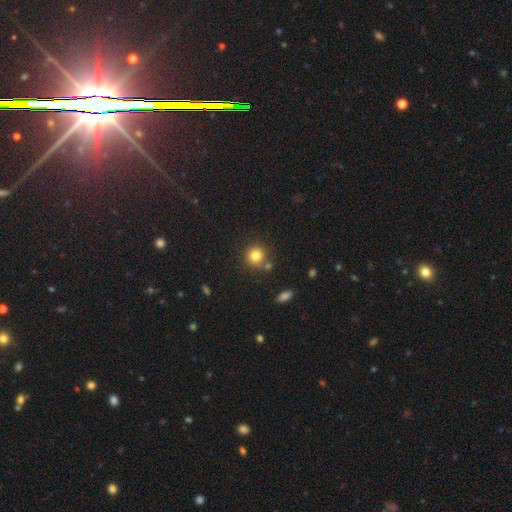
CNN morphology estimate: This appears to be a smooth galaxy with no disk features (81%) that is round (91%). Merging: none (75%).